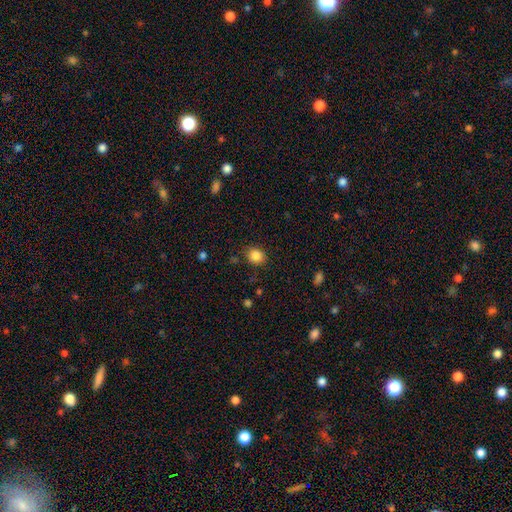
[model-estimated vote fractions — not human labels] Q: Smooth or featured?
A: smooth (85%); runner-up: star or artifact (10%)
Q: How rounded?
A: round (69%); runner-up: in between (30%)
Q: Merging?
A: none (84%); runner-up: minor disturbance (11%)